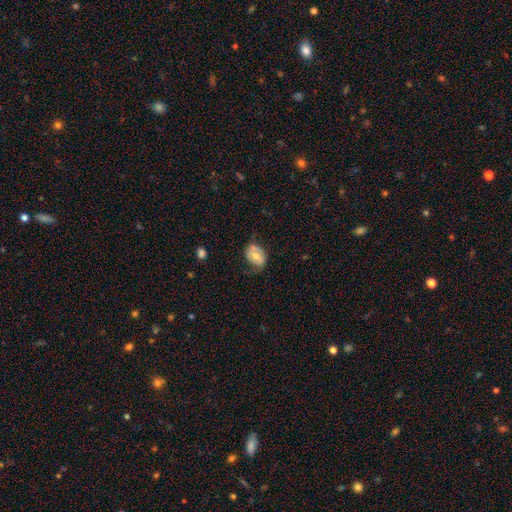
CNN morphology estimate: A smooth galaxy with no disk features (59%) that is in between round and cigar-shaped (77%). Merging: none (57%).